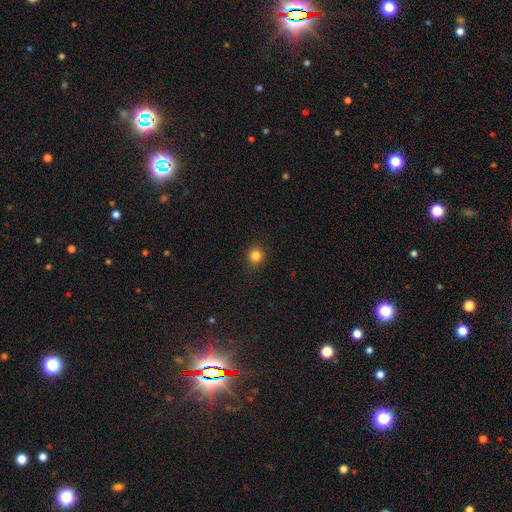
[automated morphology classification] smooth_or_featured: smooth (p=0.83) [alt: star or artifact p=0.13]
how_rounded: round (p=0.86) [alt: in between p=0.13]
merging: none (p=0.89) [alt: minor disturbance p=0.08]